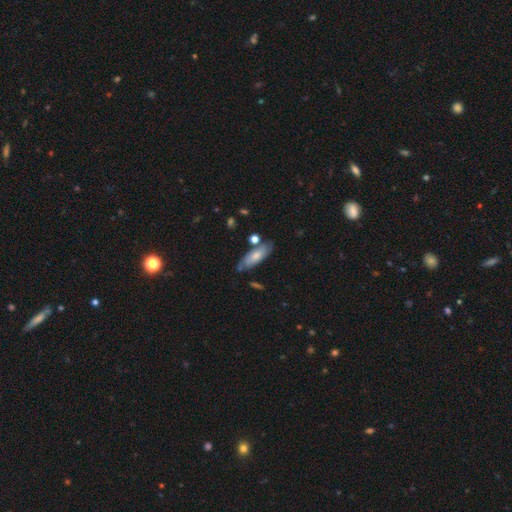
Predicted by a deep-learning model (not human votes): This is likely a smooth galaxy (66%). How rounded: likely in between (66%). Merging: likely none (71%).